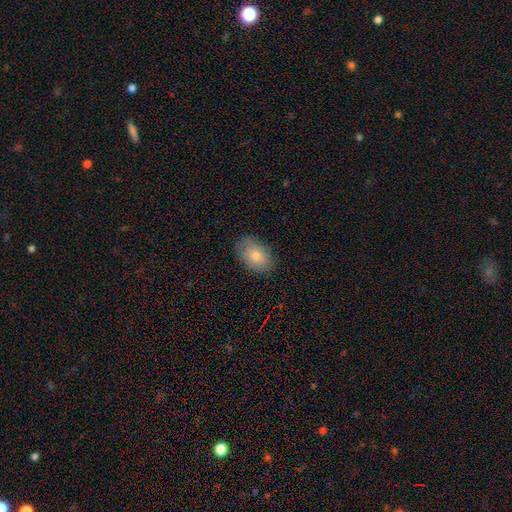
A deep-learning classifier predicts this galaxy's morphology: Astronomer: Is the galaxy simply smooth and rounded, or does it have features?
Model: smooth — 75%.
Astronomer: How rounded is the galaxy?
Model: in between — 85%.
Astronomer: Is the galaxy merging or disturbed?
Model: none — 83%.